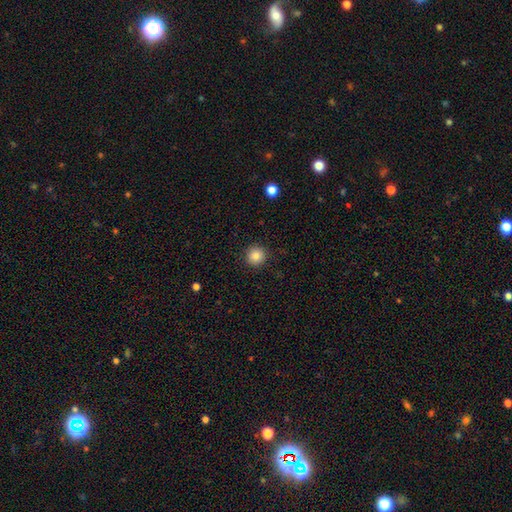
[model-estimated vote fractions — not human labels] Overall: smooth (84%). How rounded: round (95%). Merging: none (91%).